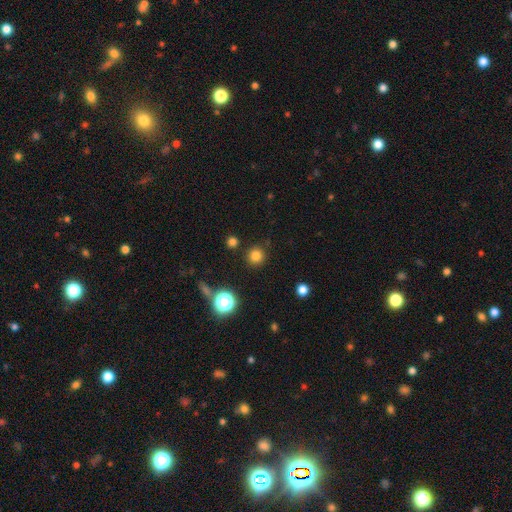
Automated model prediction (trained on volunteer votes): This is likely a smooth galaxy (79%). How rounded: clearly round (94%). Merging: clearly none (89%).